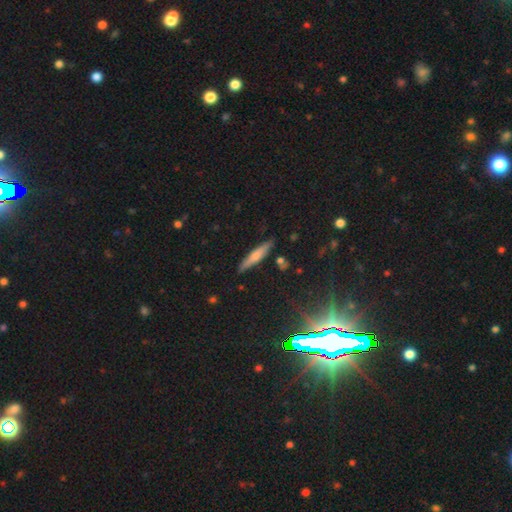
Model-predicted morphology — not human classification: Overall: smooth (56%; featured or disk 37%). How rounded: cigar-shaped (88%). Merging: none (86%).